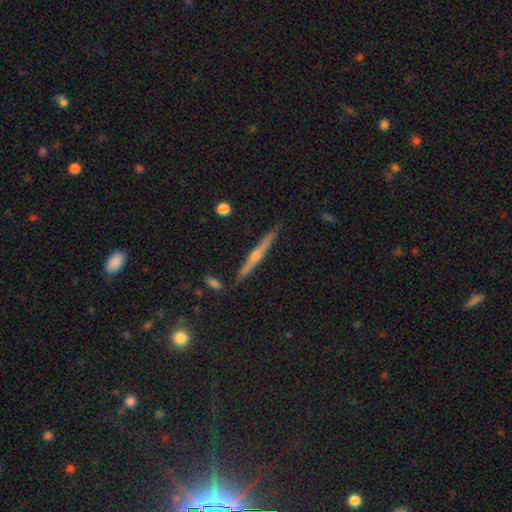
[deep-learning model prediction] Smooth or featured? Predicted: featured or disk (p=0.73). Edge-on disk? Predicted: yes (p=0.98). Edge-on bulge? Predicted: rounded (p=0.85). Merging? Predicted: none (p=0.88).